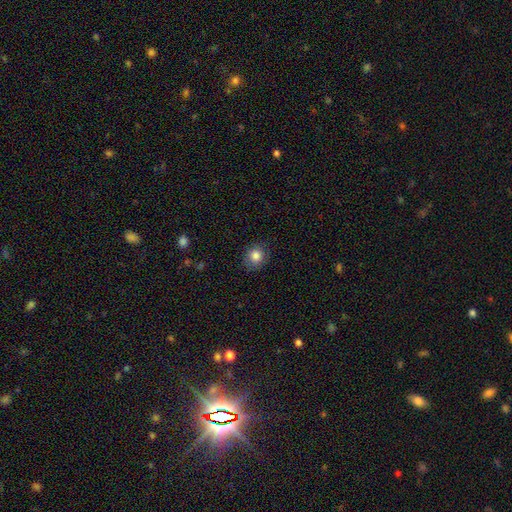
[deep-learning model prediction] Overall: smooth (83%). How rounded: round (69%; in between 30%). Merging: none (83%).